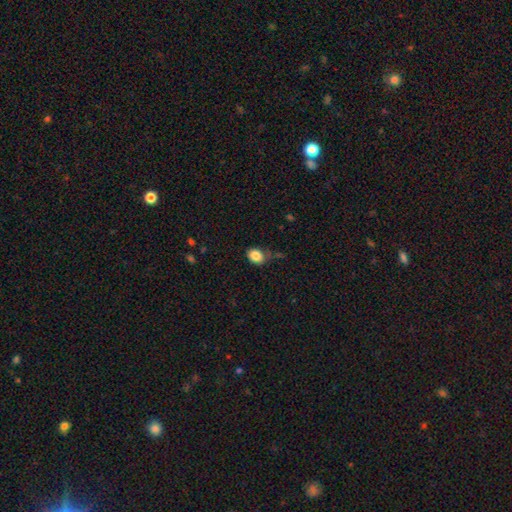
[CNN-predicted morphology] This is clearly a smooth galaxy (85%). How rounded: possibly in between (56%). Merging: likely none (70%).